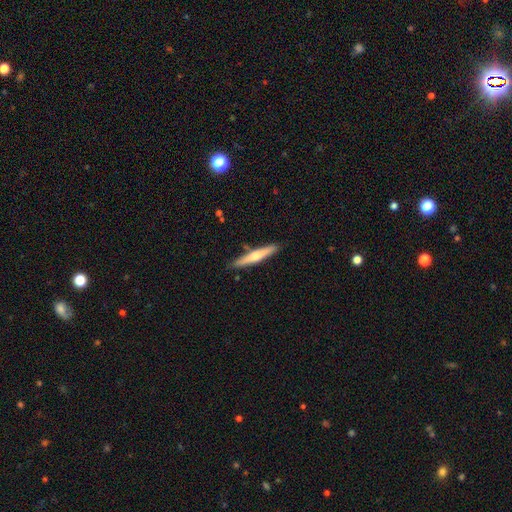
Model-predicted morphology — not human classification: Smooth or featured?
  - smooth: 51% *
  - featured or disk: 44%
  - star or artifact: 5%
How rounded?
  - cigar-shaped: 93% *
  - in between: 6%
  - round: 1%
Merging?
  - none: 85% *
  - minor disturbance: 10%
  - merger: 3%
  - major disturbance: 2%